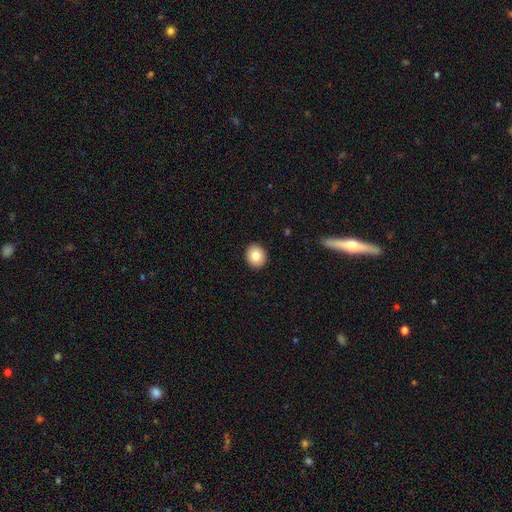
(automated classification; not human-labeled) This is clearly a smooth galaxy (82%). How rounded: clearly round (81%). Merging: clearly none (92%).